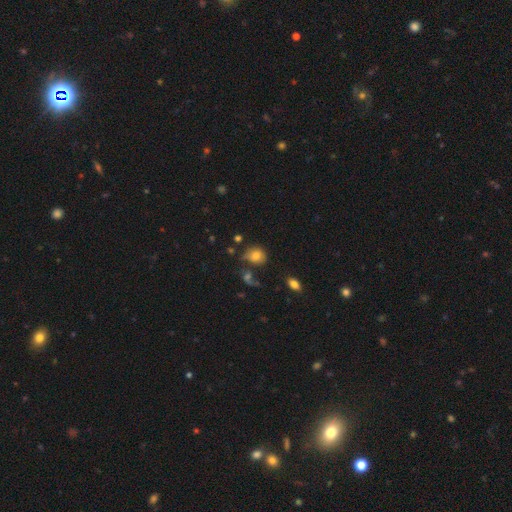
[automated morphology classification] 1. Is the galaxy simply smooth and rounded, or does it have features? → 76% smooth, 13% featured or disk, 11% star or artifact.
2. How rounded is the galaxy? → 69% round, 30% in between, 1% cigar-shaped.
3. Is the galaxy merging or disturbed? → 54% none, 20% minor disturbance, 13% merger, 13% major disturbance.